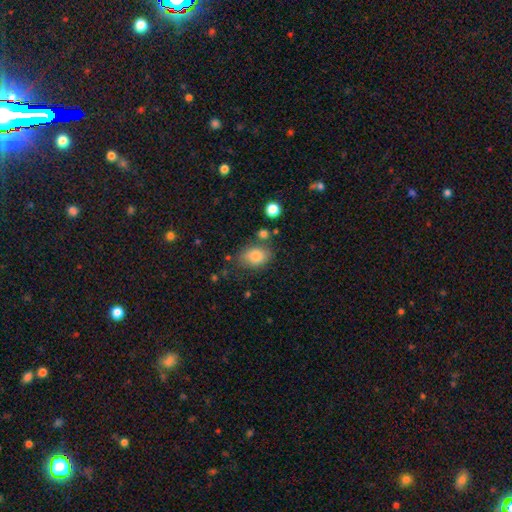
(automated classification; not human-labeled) A smooth galaxy with no disk features (83%) that is in between round and cigar-shaped (75%).

Vote fractions:
- Smooth or featured? smooth: 83% / star or artifact: 9% / featured or disk: 8%
- How rounded? in between: 75% / round: 24% / cigar-shaped: 1%
- Merging? none: 70% / minor disturbance: 18% / merger: 7% / major disturbance: 6%